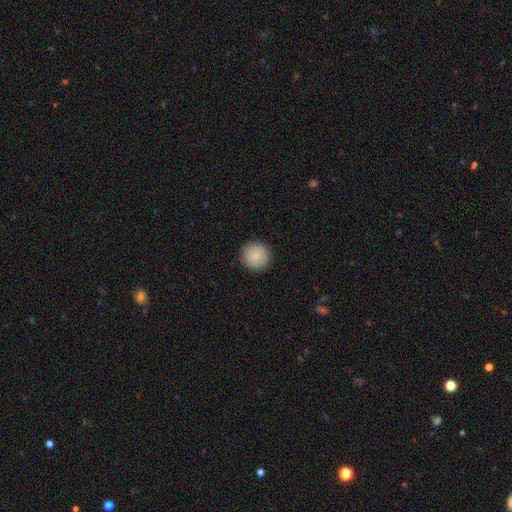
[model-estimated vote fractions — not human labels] This is clearly a smooth galaxy (85%). How rounded: clearly round (95%). Merging: clearly none (92%).